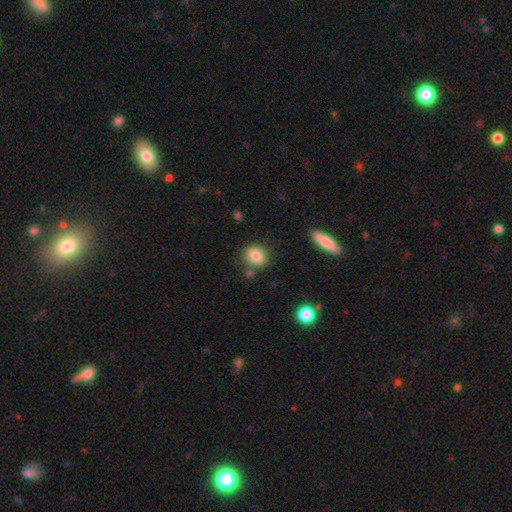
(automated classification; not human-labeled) Smooth or featured?
  - smooth: 83% *
  - star or artifact: 9%
  - featured or disk: 8%
How rounded?
  - round: 70% *
  - in between: 29%
  - cigar-shaped: 1%
Merging?
  - none: 79% *
  - minor disturbance: 11%
  - merger: 6%
  - major disturbance: 3%